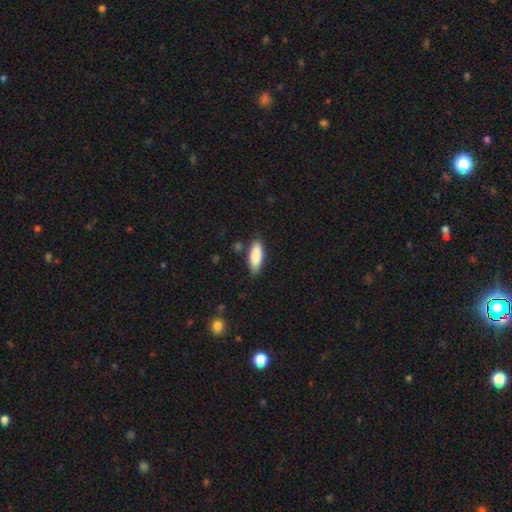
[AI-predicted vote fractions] smooth-or-featured: smooth: 87% | featured or disk: 7% | star or artifact: 6%
  how-rounded: in between: 73% | cigar-shaped: 25% | round: 2%
  merging: none: 78% | minor disturbance: 16% | merger: 3% | major disturbance: 3%